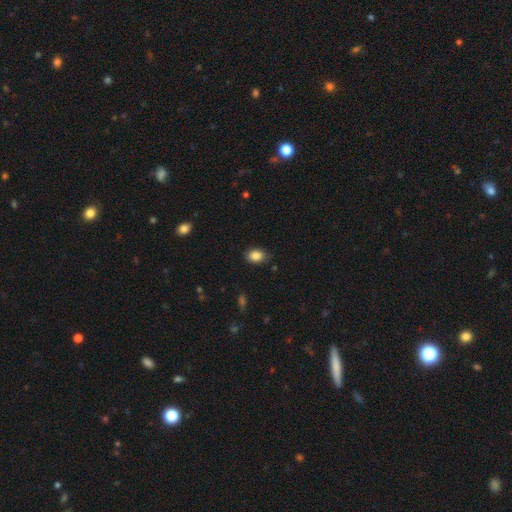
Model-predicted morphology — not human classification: This is clearly a smooth galaxy (87%). How rounded: clearly in between (80%). Merging: clearly none (81%).